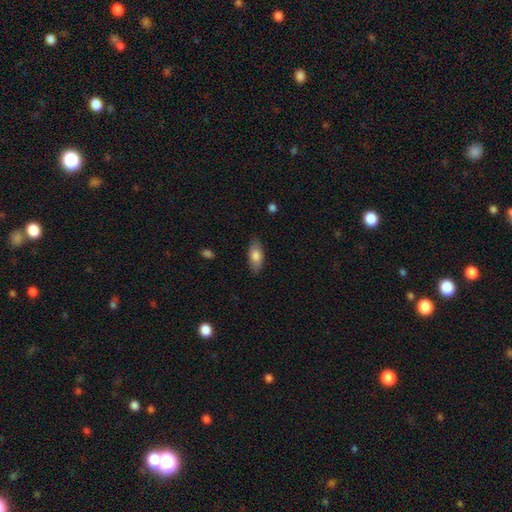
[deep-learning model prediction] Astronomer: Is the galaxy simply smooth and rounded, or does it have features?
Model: smooth — 77%.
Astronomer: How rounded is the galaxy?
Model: in between — 86%.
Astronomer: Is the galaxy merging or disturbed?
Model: none — 84%.